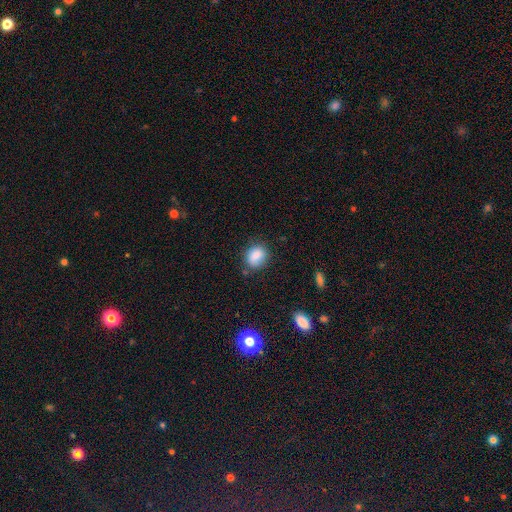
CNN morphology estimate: Smooth or featured? Predicted: smooth (p=0.85). How rounded? Predicted: round (p=0.52). Merging? Predicted: none (p=0.74).